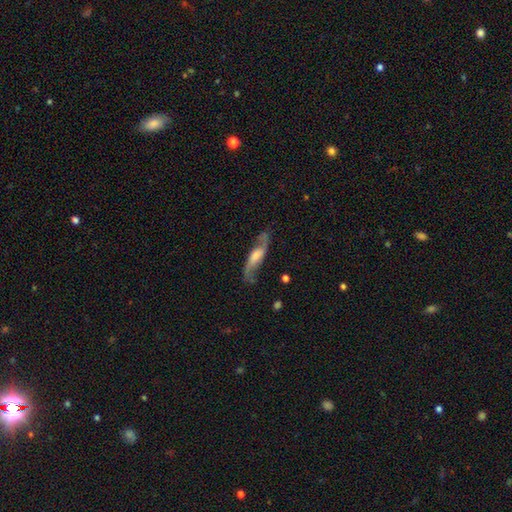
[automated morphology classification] smooth-or-featured: featured or disk: 76% | smooth: 18% | star or artifact: 6%
  disk-edge-on: no: 78% | yes: 22%
    bar: weak: 44% | no: 37% | strong: 19%
    has-spiral-arms: yes: 93% | no: 7%
      spiral-winding: loose: 63% | medium: 29% | tight: 8%
      spiral-arm-count: 2: 90% | can't tell: 5% | 1: 3% | 3: 1% | 4: 1% | more than 4: 1%
    bulge-size: moderate: 38% | large: 25% | small: 19% | none: 16% | dominant: 3%
  merging: none: 72% | minor disturbance: 17% | major disturbance: 8% | merger: 2%